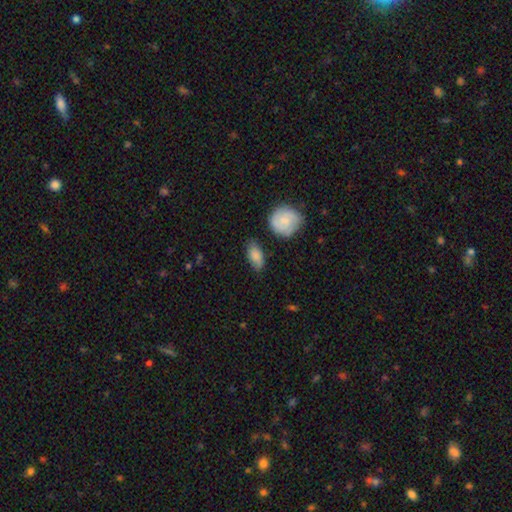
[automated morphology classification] Smooth or featured? smooth (82%)
How rounded? in between (89%)
Merging? none (74%)